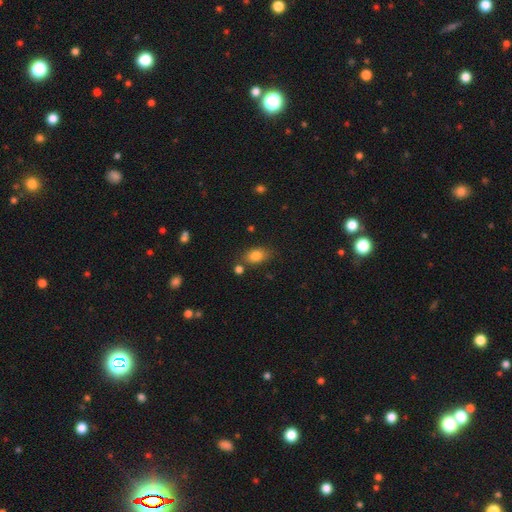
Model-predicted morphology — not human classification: This appears to be a smooth galaxy with no disk features (82%) that is in between round and cigar-shaped (83%). Merging: none (73%).